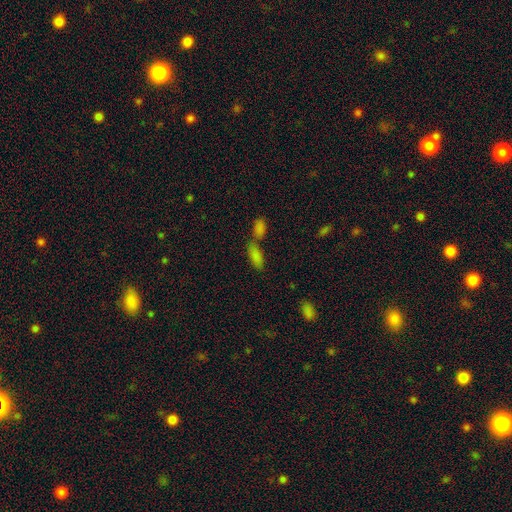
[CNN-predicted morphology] Q: Smooth or featured?
A: smooth (82%); runner-up: star or artifact (11%)
Q: How rounded?
A: in between (77%); runner-up: cigar-shaped (19%)
Q: Merging?
A: merger (48%); runner-up: none (38%)